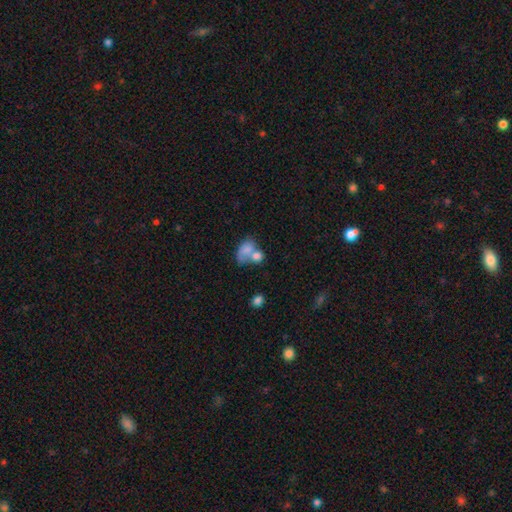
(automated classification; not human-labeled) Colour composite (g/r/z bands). It shows a smooth galaxy with no disk features (74%) that is in between round and cigar-shaped (68%). Merging: merger (60%).